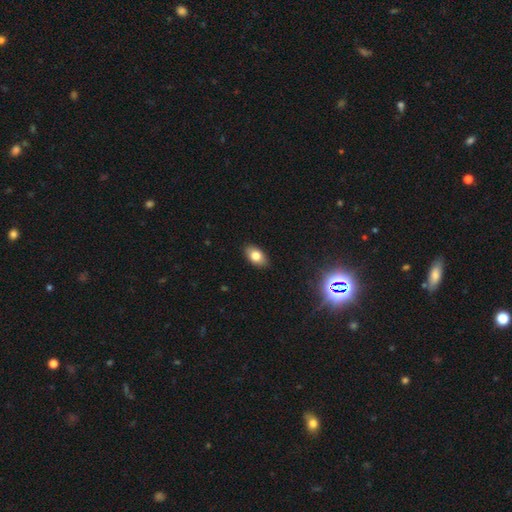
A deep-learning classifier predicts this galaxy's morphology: This is likely a smooth galaxy (78%). How rounded: clearly in between (90%). Merging: clearly none (88%).